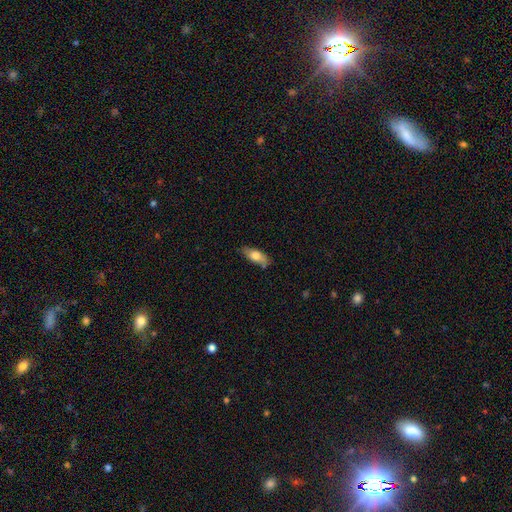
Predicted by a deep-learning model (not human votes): Smooth or featured: smooth — 73% (featured or disk — 21%)
How rounded: in between — 72% (cigar-shaped — 25%)
Merging: none — 73% (minor disturbance — 21%)